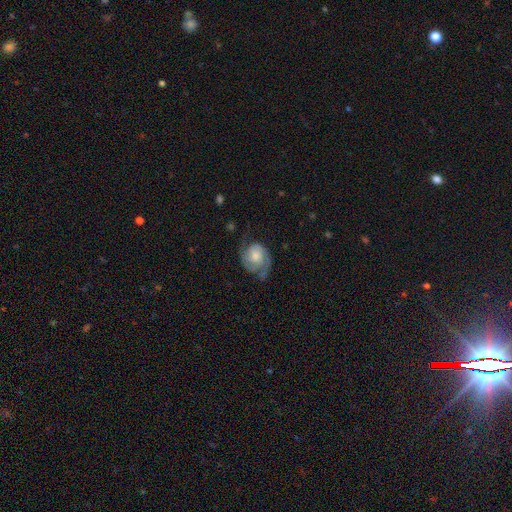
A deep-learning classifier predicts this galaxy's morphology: A featured or disk galaxy (70%) with no bar (73%), 2 (79%) medium (41%) spiral arms (92%) and a moderate central bulge (42%). Merging: none (53%).